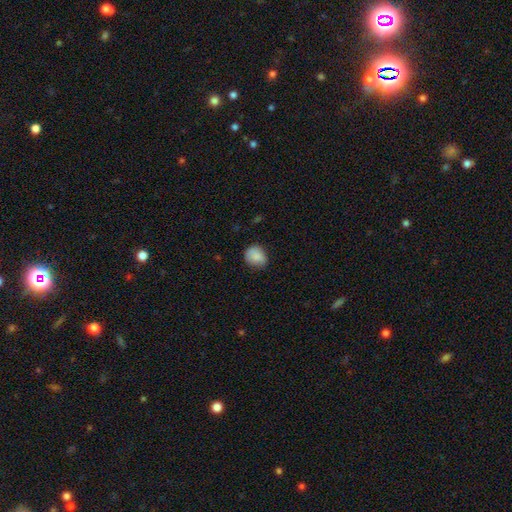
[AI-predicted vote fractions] Smooth or featured? Predicted: smooth (p=0.86). How rounded? Predicted: round (p=0.64). Merging? Predicted: none (p=0.71).